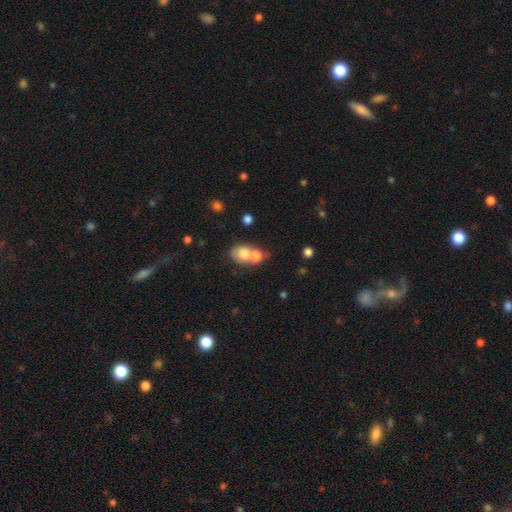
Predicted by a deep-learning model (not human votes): Q: Smooth or featured?
A: smooth (73%); runner-up: featured or disk (17%)
Q: How rounded?
A: in between (53%); runner-up: round (46%)
Q: Merging?
A: merger (62%); runner-up: none (25%)